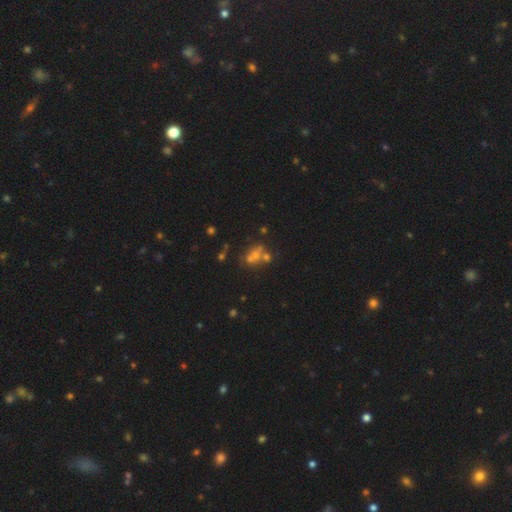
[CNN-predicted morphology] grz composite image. It shows a smooth galaxy with no disk features (47%). Merging: merger (40%).